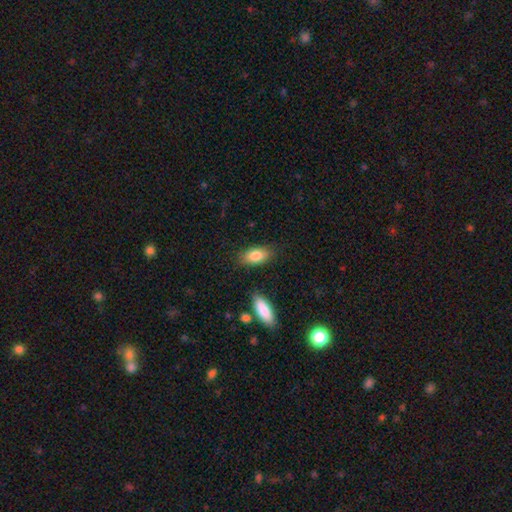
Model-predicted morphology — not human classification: Smooth or featured? smooth (84%)
How rounded? in between (89%)
Merging? none (82%)